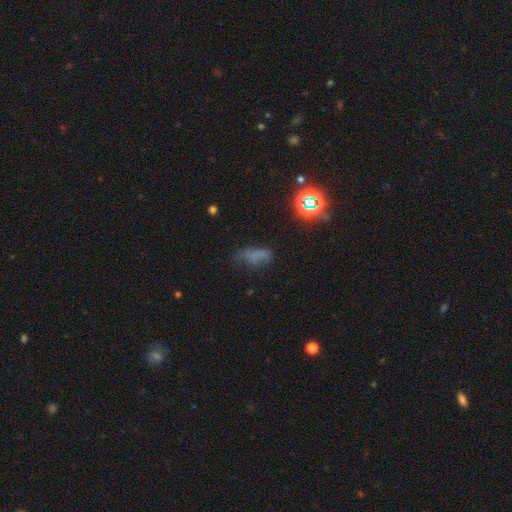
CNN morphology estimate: A smooth galaxy with no disk features (54%) that is in between round and cigar-shaped (72%).

Vote fractions:
- Smooth or featured? smooth: 54% / star or artifact: 28% / featured or disk: 18%
- How rounded? in between: 72% / cigar-shaped: 20% / round: 8%
- Merging? none: 45% / minor disturbance: 28% / major disturbance: 22% / merger: 4%